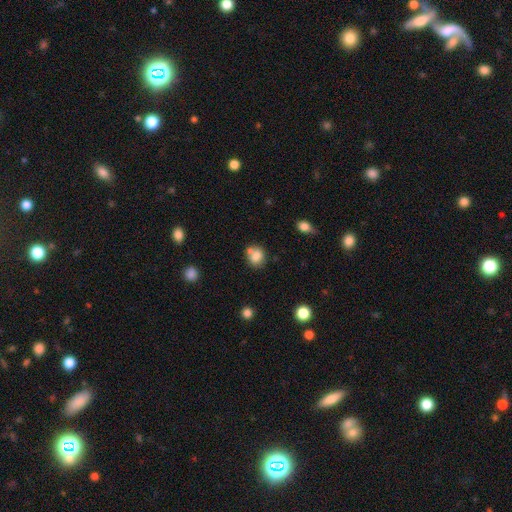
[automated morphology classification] Smooth or featured: smooth — 79% (featured or disk — 11%)
How rounded: round — 71% (in between — 28%)
Merging: none — 54% (merger — 30%)